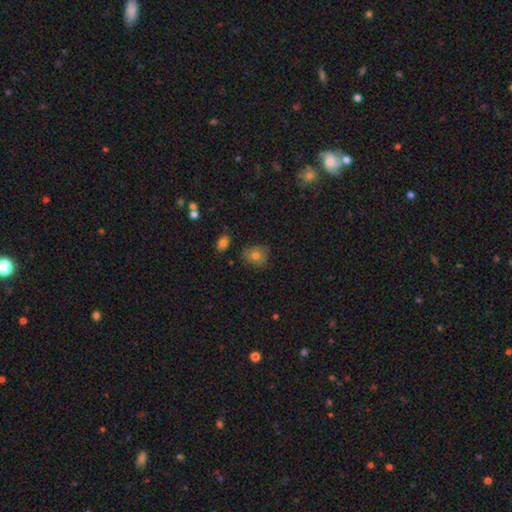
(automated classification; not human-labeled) Smooth or featured?
  - smooth: 74% *
  - featured or disk: 14%
  - star or artifact: 11%
How rounded?
  - round: 69% *
  - in between: 30%
  - cigar-shaped: 1%
Merging?
  - none: 72% *
  - minor disturbance: 20%
  - major disturbance: 5%
  - merger: 3%